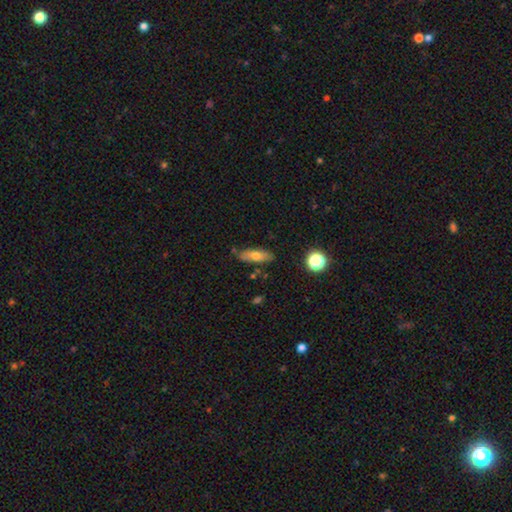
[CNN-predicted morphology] smooth_or_featured: smooth (p=0.67) [alt: featured or disk p=0.25]
how_rounded: in between (p=0.61) [alt: cigar-shaped p=0.35]
merging: none (p=0.76) [alt: minor disturbance p=0.16]